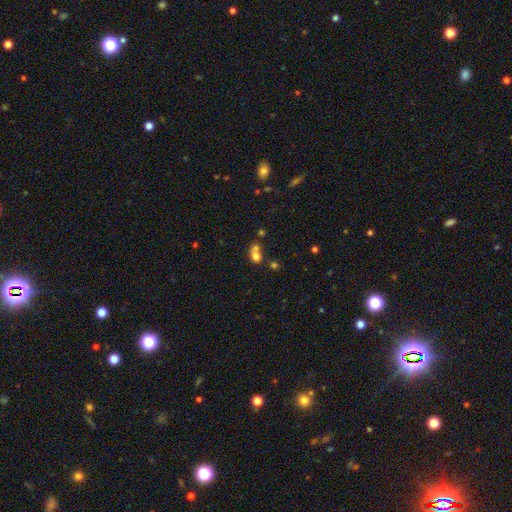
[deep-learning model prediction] smooth-or-featured: smooth: 70% | featured or disk: 15% | star or artifact: 14%
  how-rounded: round: 60% | in between: 38% | cigar-shaped: 2%
  merging: merger: 59% | none: 28% | minor disturbance: 8% | major disturbance: 6%